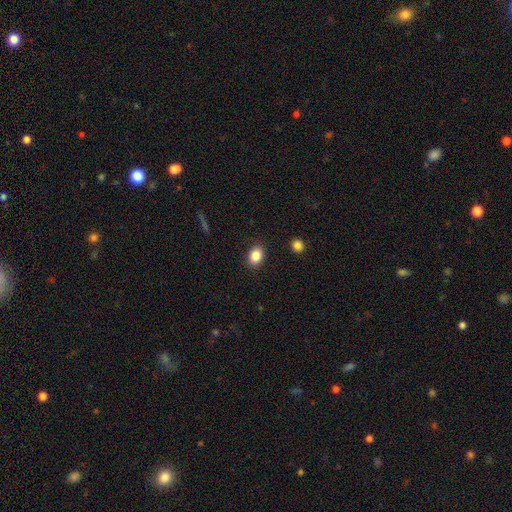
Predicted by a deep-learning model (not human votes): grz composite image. It shows a smooth galaxy with no disk features (86%) that is in between round and cigar-shaped (74%). Merging: none (88%).